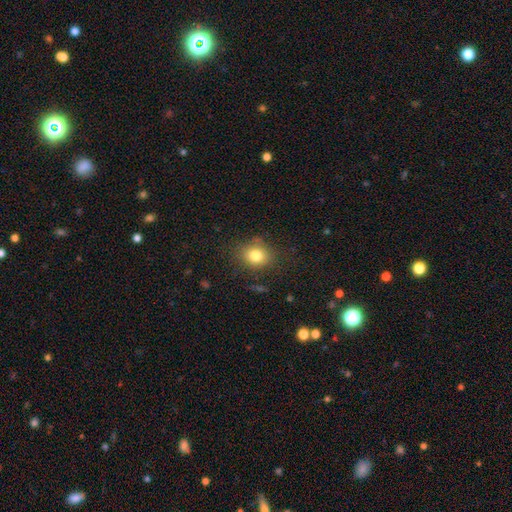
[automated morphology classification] Overall: smooth (79%). How rounded: round (64%; in between 35%). Merging: none (80%).